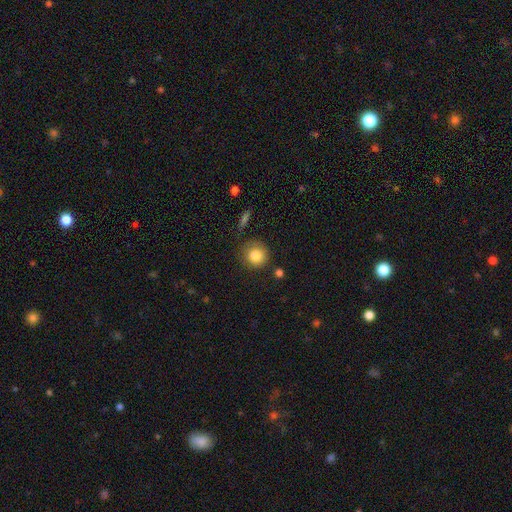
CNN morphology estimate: Smooth or featured? smooth (84%)
How rounded? round (91%)
Merging? none (77%)